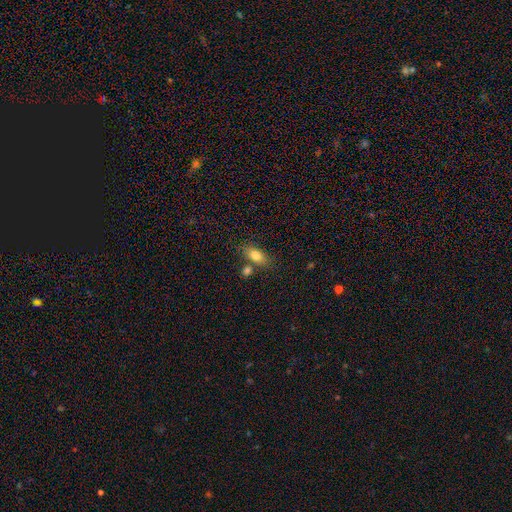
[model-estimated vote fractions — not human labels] Smooth or featured: smooth — 81% (featured or disk — 11%)
How rounded: in between — 83% (cigar-shaped — 10%)
Merging: none — 65% (merger — 18%)